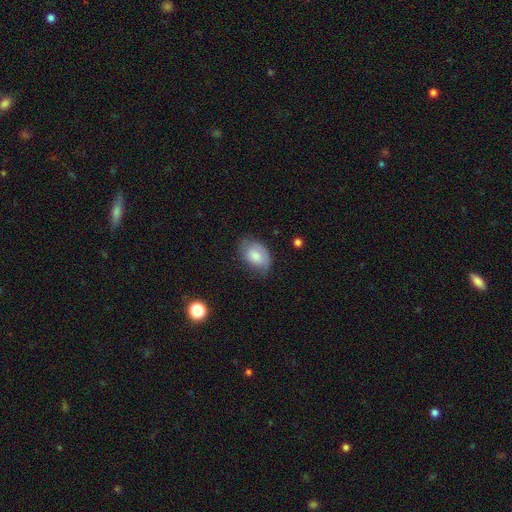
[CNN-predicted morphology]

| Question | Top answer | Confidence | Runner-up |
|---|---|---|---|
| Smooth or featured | smooth | 70% | featured or disk (23%) |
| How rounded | in between | 85% | round (14%) |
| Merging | none | 60% | minor disturbance (30%) |